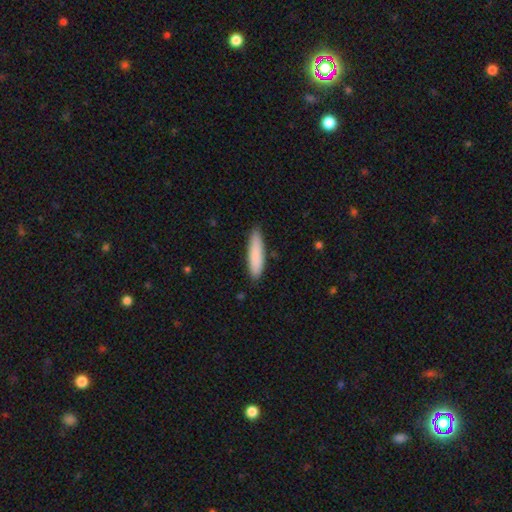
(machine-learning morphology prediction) Smooth or featured? Predicted: smooth (p=0.86). How rounded? Predicted: cigar-shaped (p=0.78). Merging? Predicted: none (p=0.86).